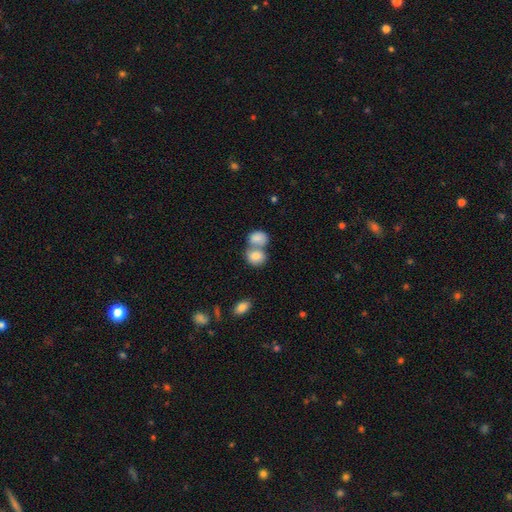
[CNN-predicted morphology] A smooth galaxy with no disk features (83%) that is in between round and cigar-shaped (54%).

Vote fractions:
- Smooth or featured? smooth: 83% / featured or disk: 10% / star or artifact: 7%
- How rounded? in between: 54% / round: 45% / cigar-shaped: 1%
- Merging? merger: 61% / none: 28% / minor disturbance: 8% / major disturbance: 3%